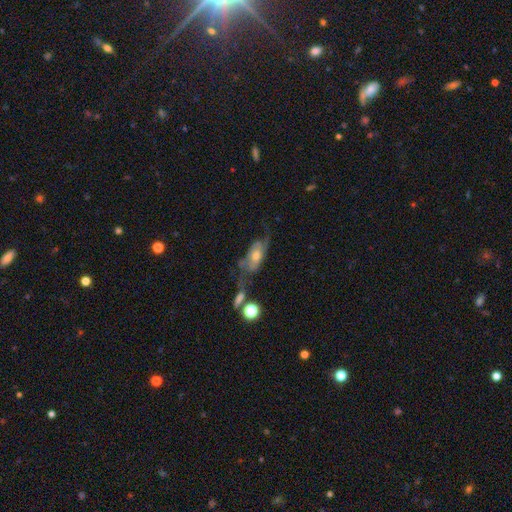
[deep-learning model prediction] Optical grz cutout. It shows a featured or disk galaxy (58%). Merging: none (34%).